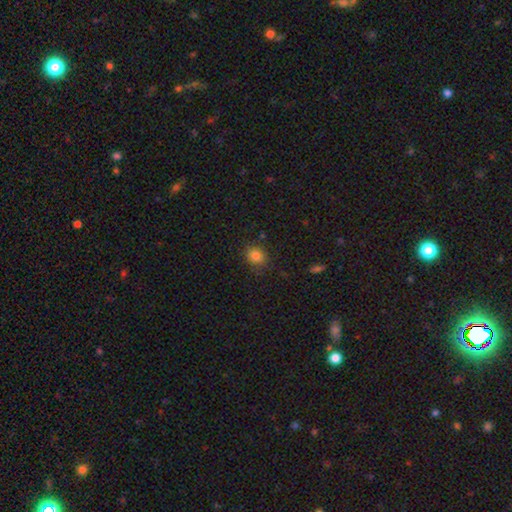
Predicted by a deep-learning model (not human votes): Smooth or featured? Predicted: smooth (p=0.82). How rounded? Predicted: round (p=0.63). Merging? Predicted: none (p=0.83).